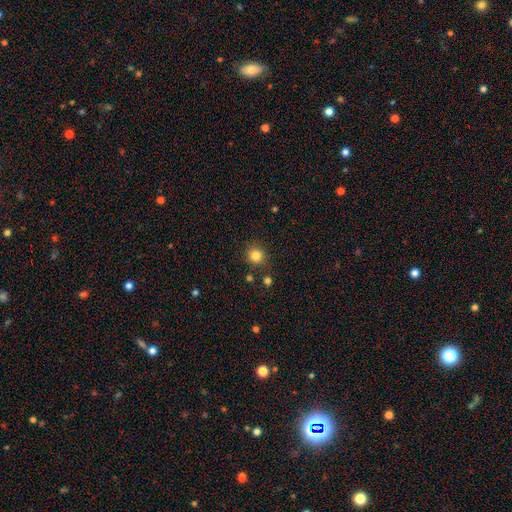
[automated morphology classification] A smooth galaxy with no disk features (83%) that is round (91%). Merging: none (86%).